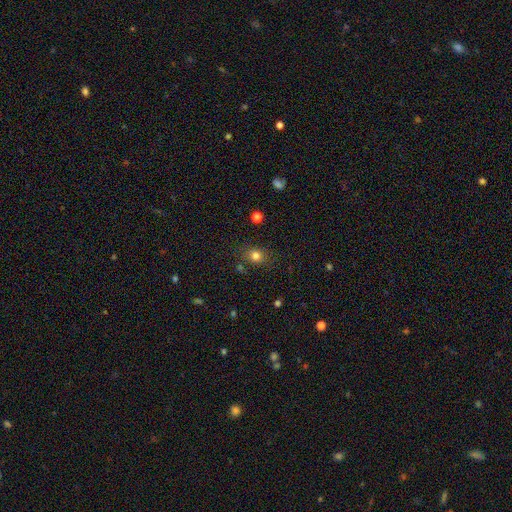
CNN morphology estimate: smooth_or_featured: smooth (p=0.80) [alt: star or artifact p=0.13]
how_rounded: round (p=0.63) [alt: in between p=0.36]
merging: none (p=0.80) [alt: minor disturbance p=0.13]